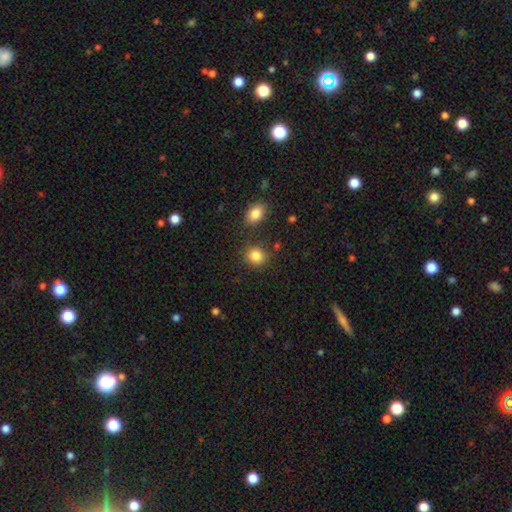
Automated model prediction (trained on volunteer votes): Morphology: type=smooth (85%); roundness=round (78%); merging=none (81%).